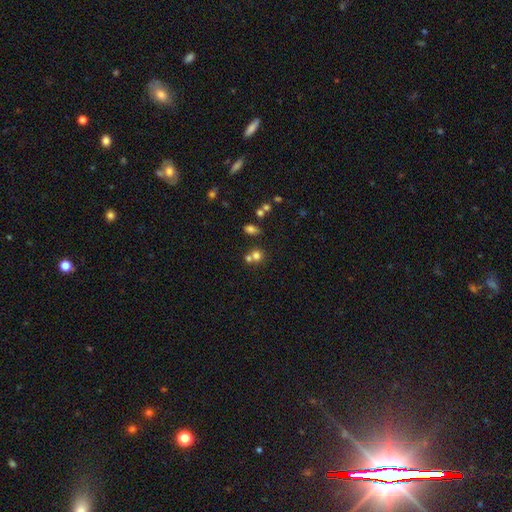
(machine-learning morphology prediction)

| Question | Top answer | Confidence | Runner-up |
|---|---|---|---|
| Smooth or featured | smooth | 72% | star or artifact (16%) |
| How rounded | round | 78% | in between (21%) |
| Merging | none | 47% | merger (41%) |